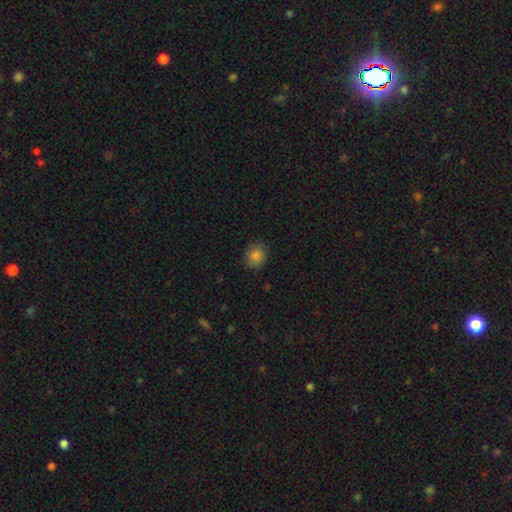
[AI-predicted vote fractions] Smooth or featured: smooth — 85% (star or artifact — 10%)
How rounded: round — 79% (in between — 20%)
Merging: none — 86% (minor disturbance — 10%)